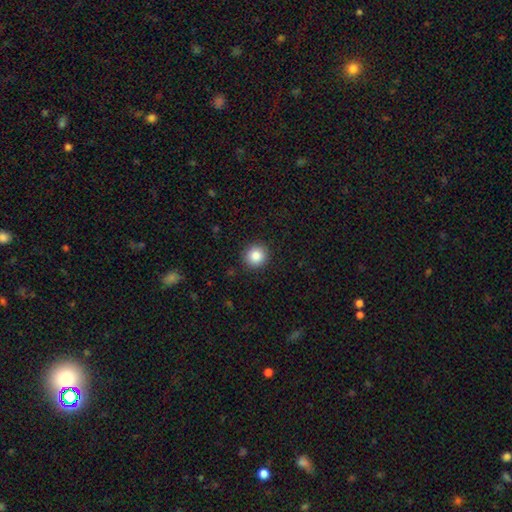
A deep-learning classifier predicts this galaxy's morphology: This is clearly a smooth galaxy (86%). How rounded: clearly round (94%). Merging: clearly none (91%).